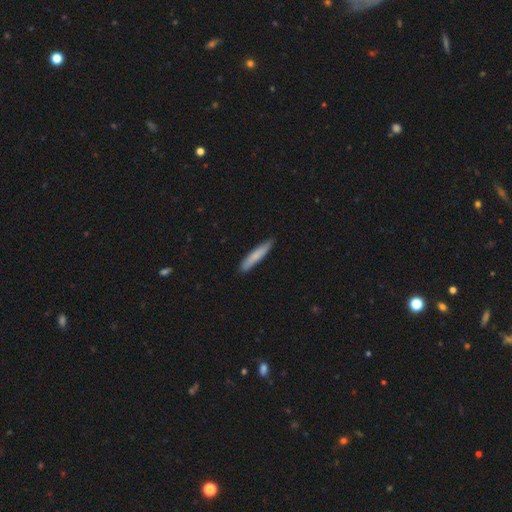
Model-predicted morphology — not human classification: smooth_or_featured: smooth (p=0.76) [alt: featured or disk p=0.19]
how_rounded: cigar-shaped (p=0.93) [alt: in between p=0.06]
merging: none (p=0.88) [alt: minor disturbance p=0.10]